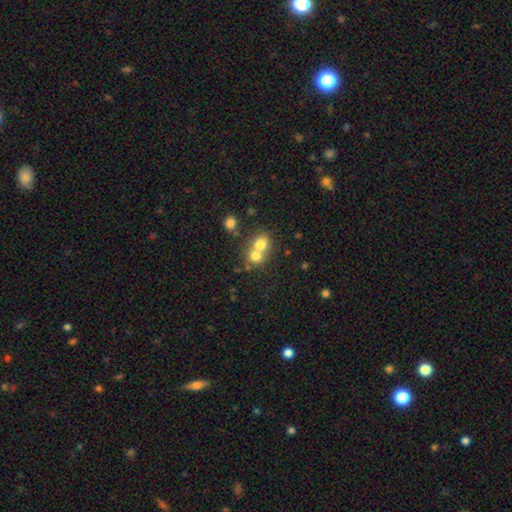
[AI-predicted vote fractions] Smooth or featured? smooth (72%)
How rounded? round (73%)
Merging? merger (65%)